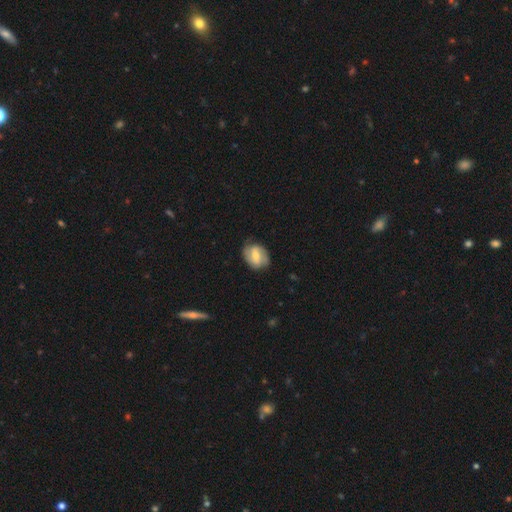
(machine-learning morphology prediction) type=featured or disk (53%); edge-on=no (96%); bar=weak (48%); spiral arms=yes (77%); bulge=moderate (52%); merging=none (74%).